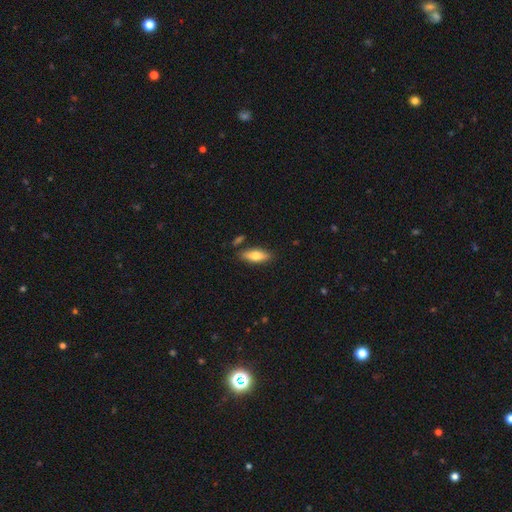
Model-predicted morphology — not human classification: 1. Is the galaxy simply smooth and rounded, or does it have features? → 75% smooth, 18% featured or disk, 6% star or artifact.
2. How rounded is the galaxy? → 69% in between, 28% cigar-shaped, 2% round.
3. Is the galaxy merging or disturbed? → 82% none, 11% minor disturbance, 5% merger, 2% major disturbance.